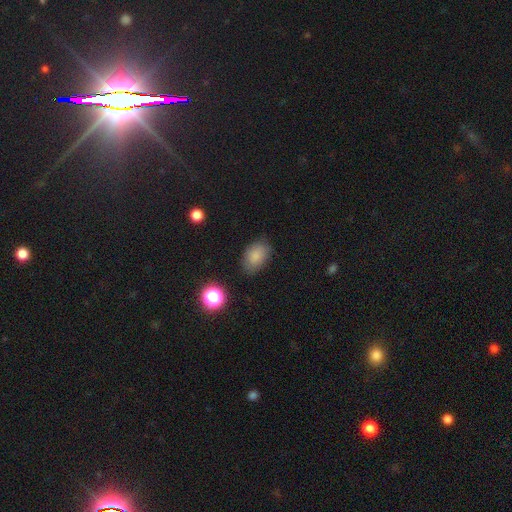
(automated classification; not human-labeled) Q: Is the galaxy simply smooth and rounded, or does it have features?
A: smooth — 83%.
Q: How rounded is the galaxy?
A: in between — 85%.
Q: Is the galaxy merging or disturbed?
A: none — 80%.